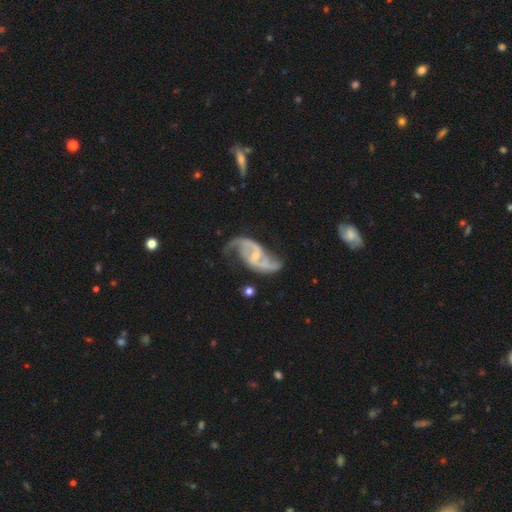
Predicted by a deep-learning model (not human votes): A featured or disk galaxy (90%) with a weak bar (46%), 2 (91%) loose (61%) spiral arms (96%) and a small central bulge (67%).

Vote fractions:
- Smooth or featured? featured or disk: 90% / smooth: 5% / star or artifact: 5%
- Edge-on disk? no: 97% / yes: 3%
- Bar? weak: 46% / no: 34% / strong: 21%
- Spiral arms? yes: 96% / no: 4%
- Spiral winding? loose: 61% / medium: 31% / tight: 8%
- Spiral arm count? 2: 91% / can't tell: 3% / 1: 2% / 3: 2% / 4: 1% / more than 4: 1%
- Bulge size? small: 67% / moderate: 25% / none: 5% / large: 1% / dominant: 1%
- Merging? none: 58% / minor disturbance: 22% / major disturbance: 16% / merger: 4%